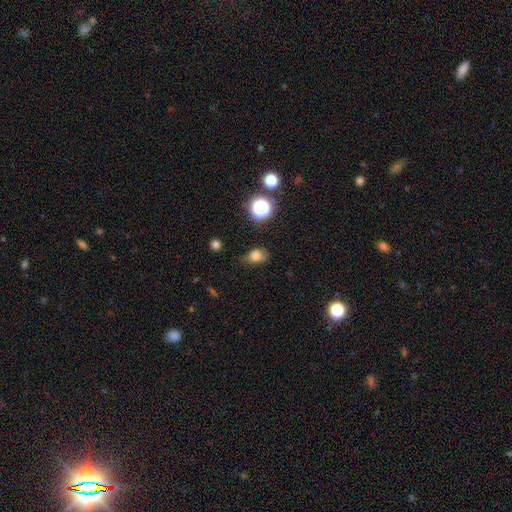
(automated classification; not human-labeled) Q: Smooth or featured?
A: smooth (75%); runner-up: star or artifact (15%)
Q: How rounded?
A: in between (56%); runner-up: round (42%)
Q: Merging?
A: none (60%); runner-up: minor disturbance (29%)